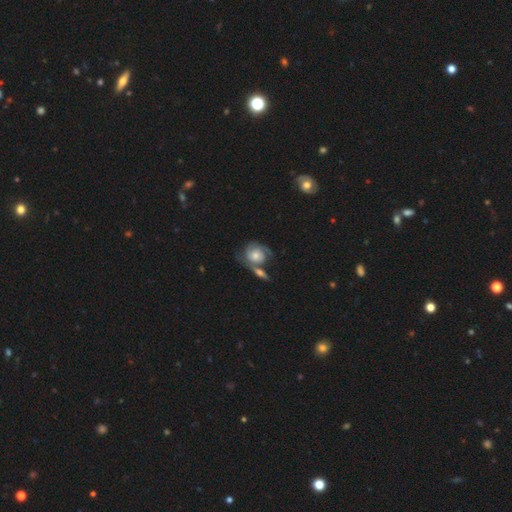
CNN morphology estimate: Q: Smooth or featured?
A: featured or disk (69%); runner-up: smooth (25%)
Q: Edge-on disk?
A: no (96%); runner-up: yes (4%)
Q: Bar?
A: no (78%); runner-up: weak (18%)
Q: Spiral arms?
A: yes (90%); runner-up: no (10%)
Q: Spiral winding?
A: tight (53%); runner-up: medium (35%)
Q: Spiral arm count?
A: 2 (64%); runner-up: can't tell (16%)
Q: Bulge size?
A: moderate (48%); runner-up: small (32%)
Q: Merging?
A: none (41%); runner-up: merger (32%)